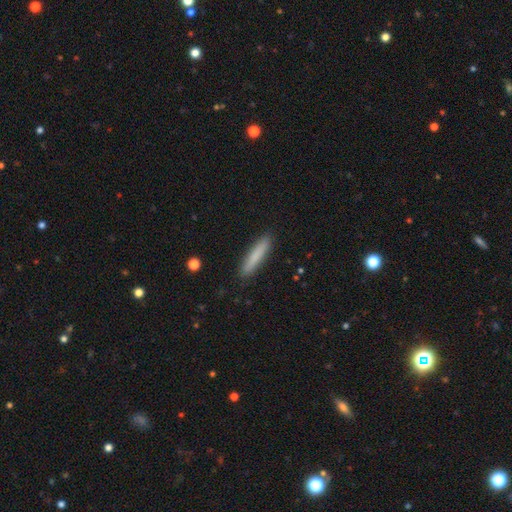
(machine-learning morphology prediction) This appears to be a smooth galaxy with no disk features (82%) that is cigar-shaped (91%). Merging: none (90%).